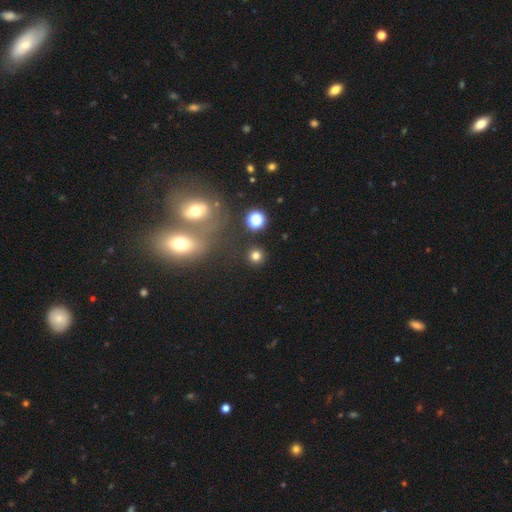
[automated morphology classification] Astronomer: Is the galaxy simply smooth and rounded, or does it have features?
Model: smooth — 76%.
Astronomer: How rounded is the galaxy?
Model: round — 93%.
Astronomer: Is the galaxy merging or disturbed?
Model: none — 88%.